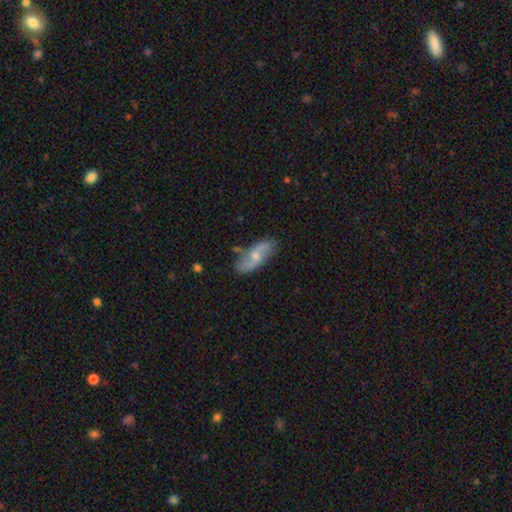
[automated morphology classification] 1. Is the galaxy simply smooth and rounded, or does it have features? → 64% featured or disk, 30% smooth, 6% star or artifact.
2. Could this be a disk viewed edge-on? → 90% no, 10% yes.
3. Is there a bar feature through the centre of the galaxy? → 55% no, 37% weak, 9% strong.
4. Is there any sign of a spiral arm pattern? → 87% yes, 13% no.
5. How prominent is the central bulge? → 47% moderate, 46% small, 4% none, 2% large, 1% dominant.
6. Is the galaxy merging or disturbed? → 70% none, 20% minor disturbance, 5% major disturbance, 4% merger.